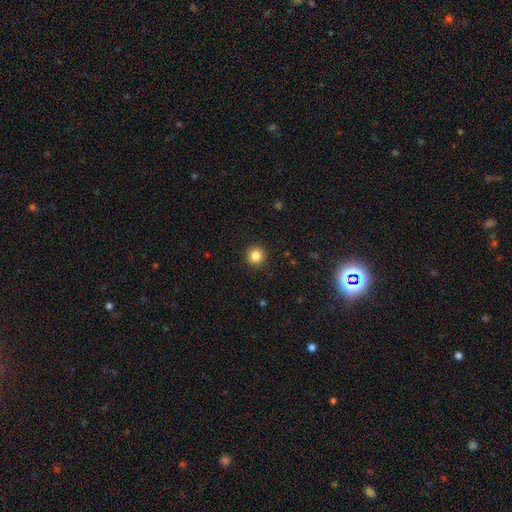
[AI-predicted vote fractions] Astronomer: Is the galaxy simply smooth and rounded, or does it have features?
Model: smooth — 85%.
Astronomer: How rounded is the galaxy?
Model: round — 94%.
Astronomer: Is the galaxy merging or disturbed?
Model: none — 92%.